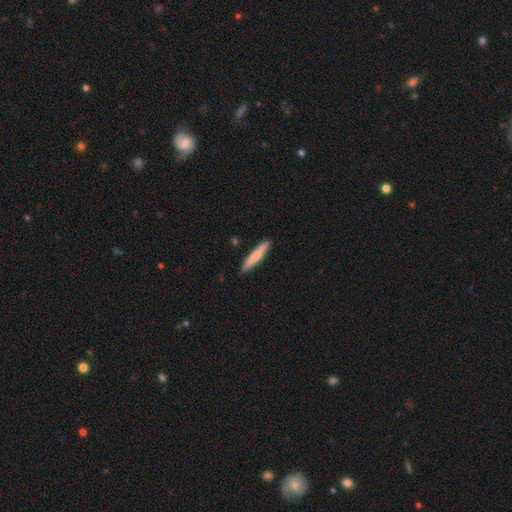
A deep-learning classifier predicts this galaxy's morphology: Smooth or featured: smooth — 77% (featured or disk — 18%)
How rounded: cigar-shaped — 92% (in between — 7%)
Merging: none — 90% (minor disturbance — 8%)